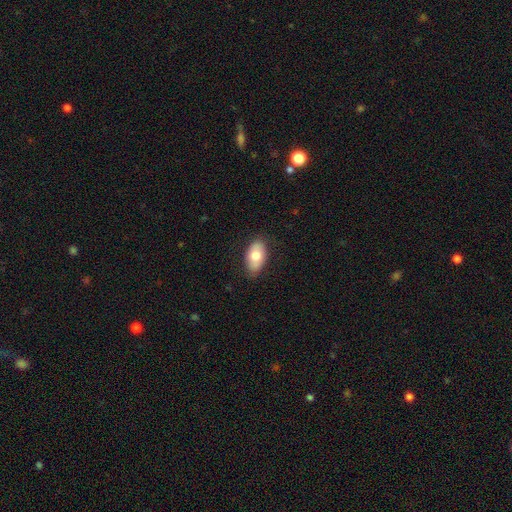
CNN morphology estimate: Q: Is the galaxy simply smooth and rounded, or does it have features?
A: smooth — 73%.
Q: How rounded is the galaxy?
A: in between — 93%.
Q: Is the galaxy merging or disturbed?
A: none — 83%.